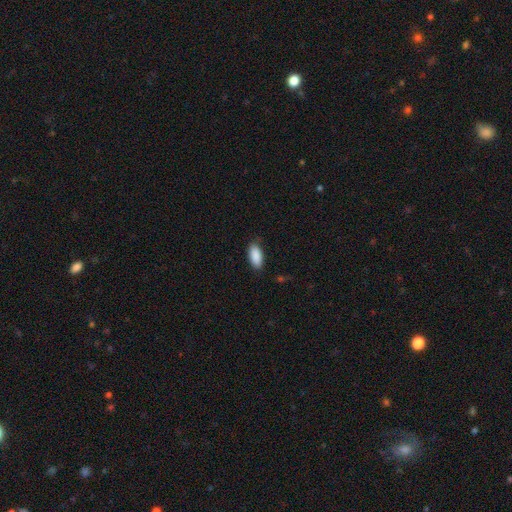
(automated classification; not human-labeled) A smooth galaxy with no disk features (90%) that is in between round and cigar-shaped (90%).

Vote fractions:
- Smooth or featured? smooth: 90% / star or artifact: 6% / featured or disk: 4%
- How rounded? in between: 90% / cigar-shaped: 9% / round: 2%
- Merging? none: 85% / minor disturbance: 12% / major disturbance: 2% / merger: 1%